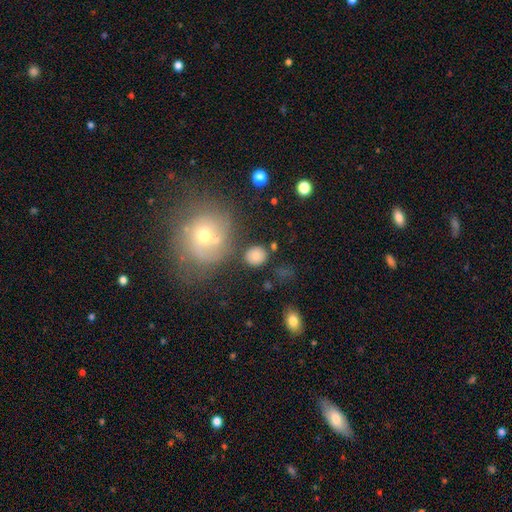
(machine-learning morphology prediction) A smooth galaxy with no disk features (78%) that is round (77%). Merging: none (79%).